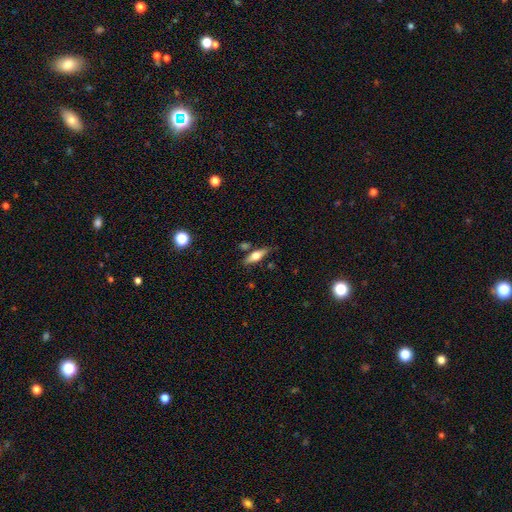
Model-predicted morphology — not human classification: smooth-or-featured: smooth: 49% | featured or disk: 44% | star or artifact: 7%
  merging: none: 75% | minor disturbance: 14% | merger: 8% | major disturbance: 4%